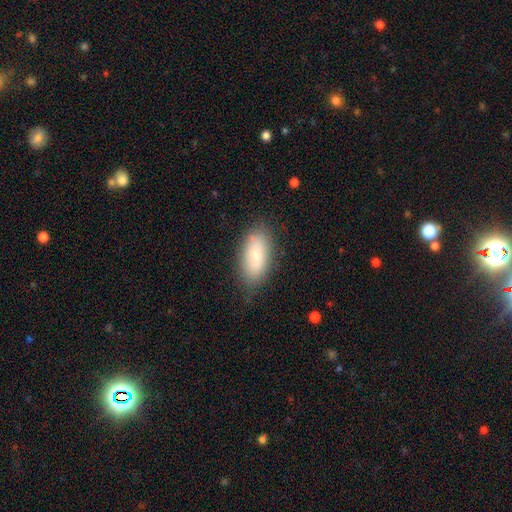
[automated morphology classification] type=smooth (77%); roundness=in between (86%); merging=none (77%).